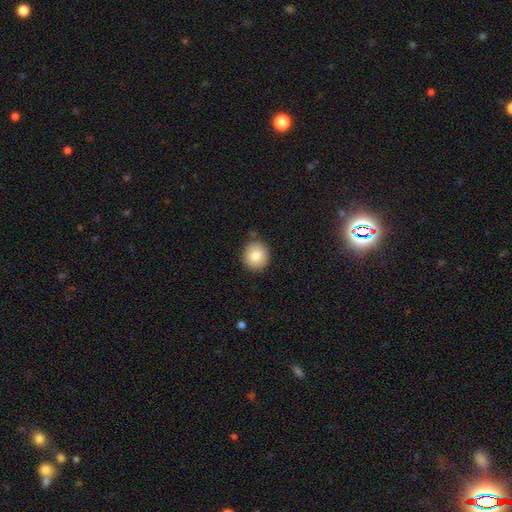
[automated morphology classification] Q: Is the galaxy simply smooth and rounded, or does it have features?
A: smooth — 82%.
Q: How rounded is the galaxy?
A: round — 90%.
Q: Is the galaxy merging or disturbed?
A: none — 85%.